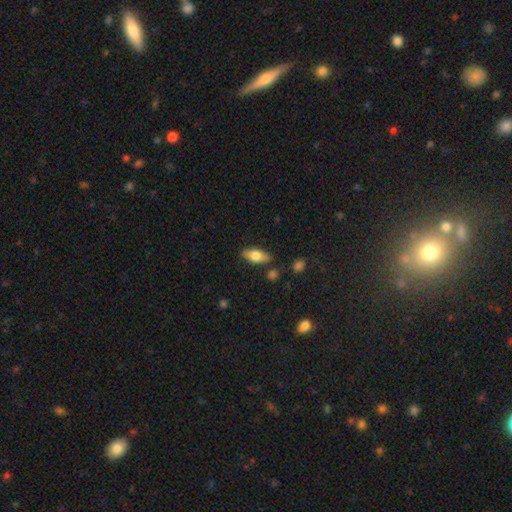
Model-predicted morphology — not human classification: smooth 69%, featured or disk 24%, star or artifact 7%. Down the decision tree: how rounded — in between (79%); merging — none (81%).